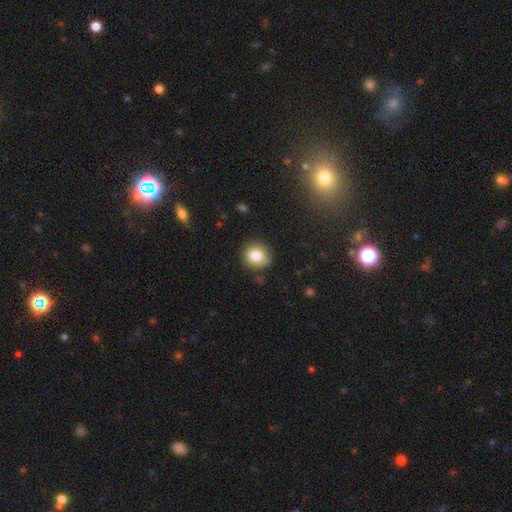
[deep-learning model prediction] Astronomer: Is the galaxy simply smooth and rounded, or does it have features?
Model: smooth — 82%.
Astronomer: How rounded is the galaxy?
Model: round — 82%.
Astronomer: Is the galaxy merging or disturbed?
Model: none — 79%.